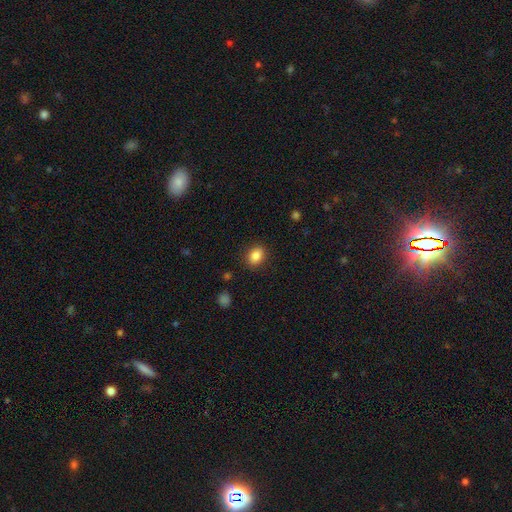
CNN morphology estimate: Smooth or featured? smooth (86%)
How rounded? in between (57%)
Merging? none (87%)